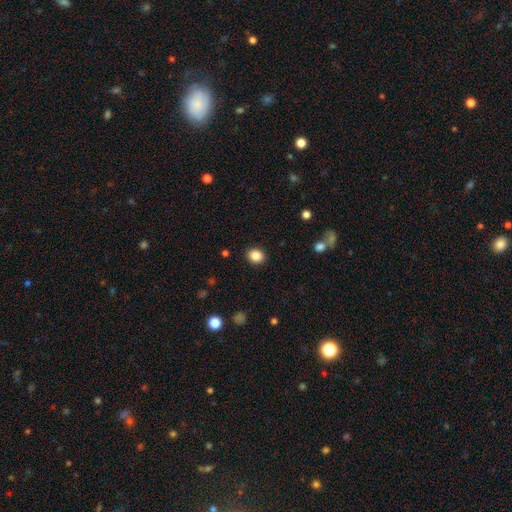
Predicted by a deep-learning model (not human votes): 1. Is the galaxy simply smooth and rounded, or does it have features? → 86% smooth, 10% star or artifact, 4% featured or disk.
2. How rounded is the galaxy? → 70% round, 30% in between, 1% cigar-shaped.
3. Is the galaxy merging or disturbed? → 91% none, 6% minor disturbance, 2% major disturbance, 1% merger.